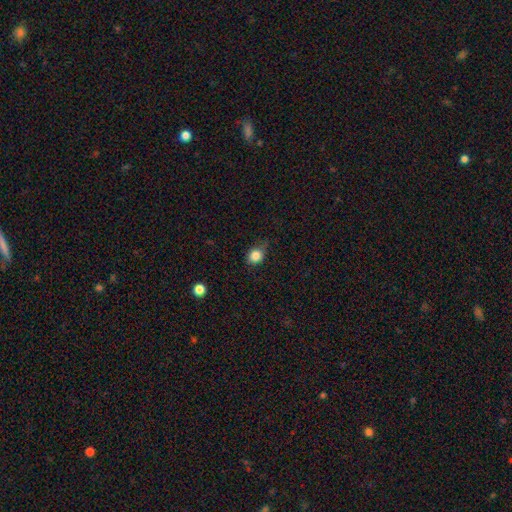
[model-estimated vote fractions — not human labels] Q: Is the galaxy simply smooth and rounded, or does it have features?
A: smooth — 84%.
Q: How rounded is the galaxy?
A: round — 71%.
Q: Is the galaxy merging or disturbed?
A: none — 64%.